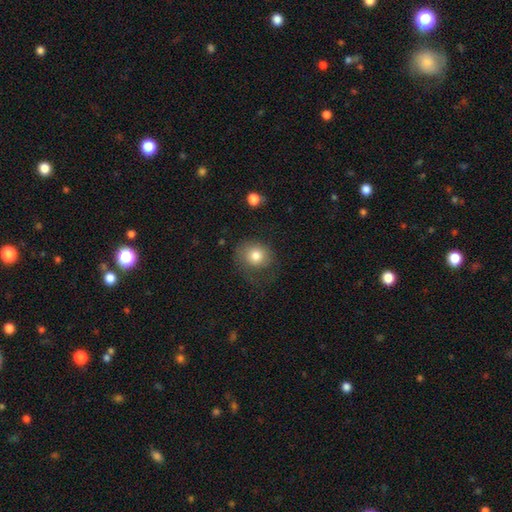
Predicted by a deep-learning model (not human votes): Smooth or featured? Predicted: smooth (p=0.79). How rounded? Predicted: round (p=0.77). Merging? Predicted: none (p=0.55).